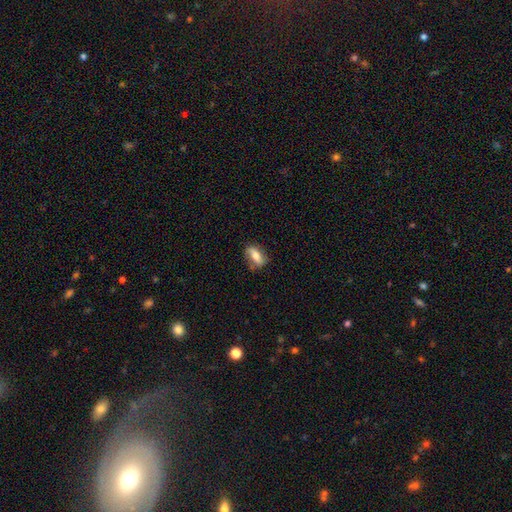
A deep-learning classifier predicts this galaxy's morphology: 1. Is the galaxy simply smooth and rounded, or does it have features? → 55% smooth, 38% featured or disk, 7% star or artifact.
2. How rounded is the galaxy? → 77% in between, 15% cigar-shaped, 8% round.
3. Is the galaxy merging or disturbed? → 73% none, 20% minor disturbance, 5% major disturbance, 2% merger.